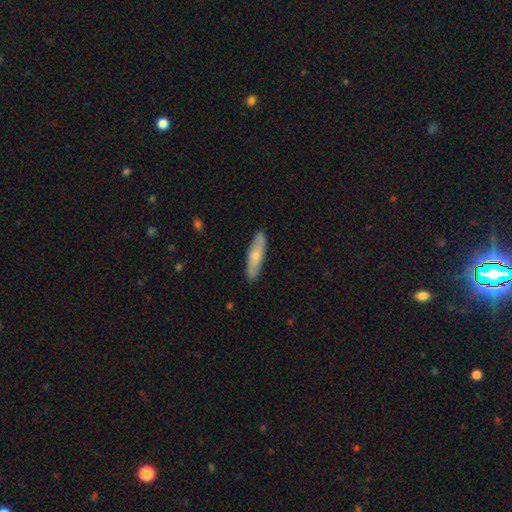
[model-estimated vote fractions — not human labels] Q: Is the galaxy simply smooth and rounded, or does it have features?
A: smooth — 61%.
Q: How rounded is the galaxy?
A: cigar-shaped — 71%.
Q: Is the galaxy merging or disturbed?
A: none — 88%.